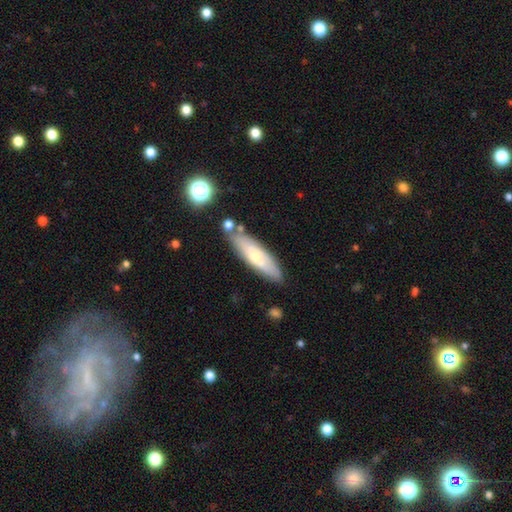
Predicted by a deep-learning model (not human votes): smooth 55%, featured or disk 38%, star or artifact 7%. Down the decision tree: how rounded — cigar-shaped (63%); merging — none (79%).